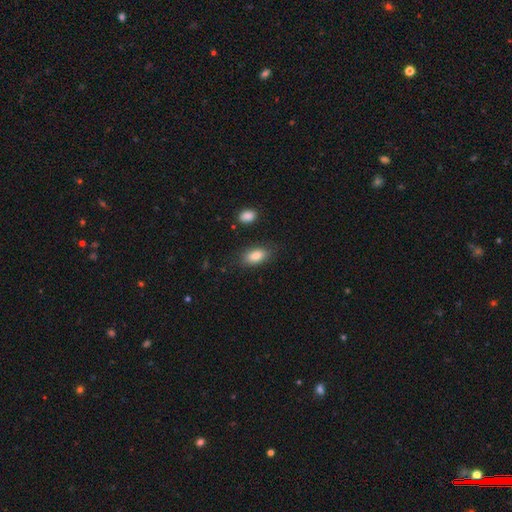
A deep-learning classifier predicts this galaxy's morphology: A smooth galaxy with no disk features (83%) that is in between round and cigar-shaped (90%).

Vote fractions:
- Smooth or featured? smooth: 83% / featured or disk: 10% / star or artifact: 7%
- How rounded? in between: 90% / round: 5% / cigar-shaped: 5%
- Merging? none: 80% / minor disturbance: 14% / major disturbance: 4% / merger: 3%